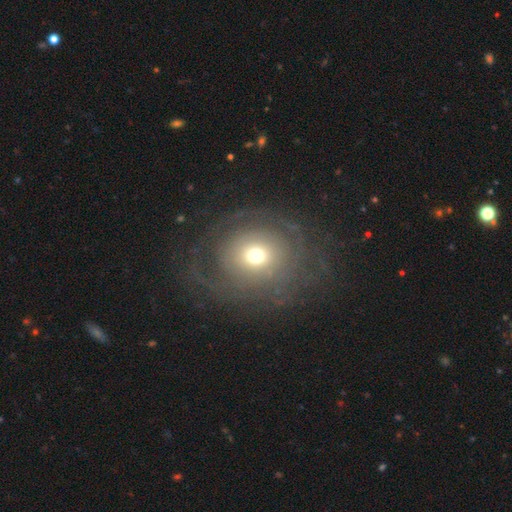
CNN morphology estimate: Smooth or featured: featured or disk — 57% (smooth — 31%)
Edge-on disk: no — 96% (yes — 4%)
Bar: no — 85% (weak — 11%)
Spiral arms: yes — 66% (no — 34%)
Bulge size: moderate — 55% (small — 29%)
Merging: none — 67% (major disturbance — 18%)